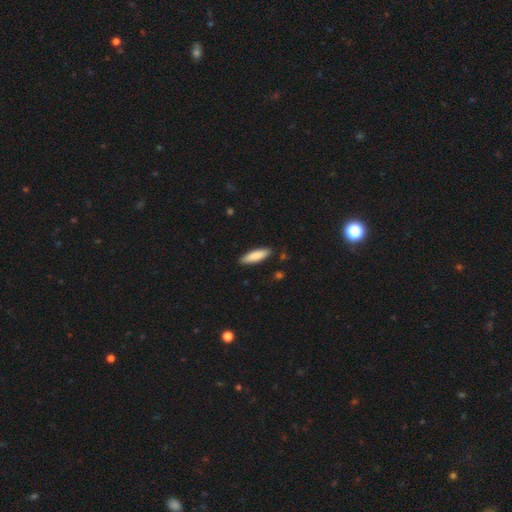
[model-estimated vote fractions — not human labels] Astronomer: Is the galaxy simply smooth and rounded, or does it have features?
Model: smooth — 85%.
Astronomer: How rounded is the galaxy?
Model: cigar-shaped — 60% (runner-up: in between, 39%).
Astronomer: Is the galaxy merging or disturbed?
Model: none — 88%.